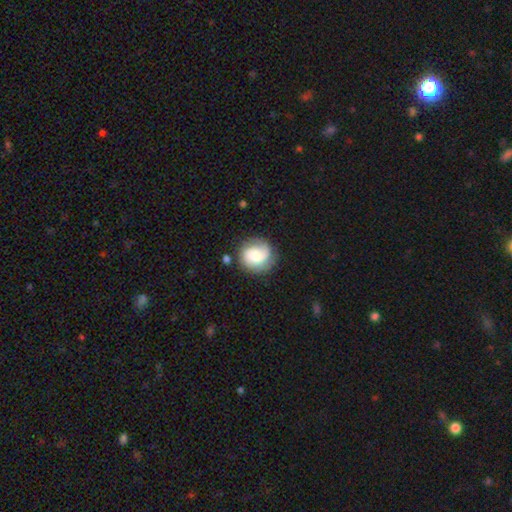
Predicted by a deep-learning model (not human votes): A featured or disk galaxy (46%, tied with smooth). Merging: none (74%).